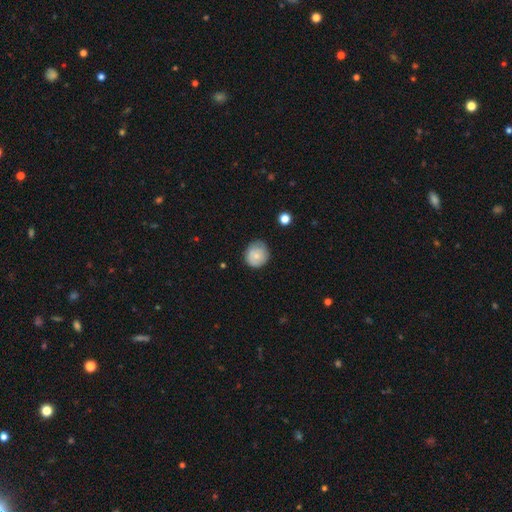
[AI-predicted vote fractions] Smooth or featured? smooth (72%)
How rounded? round (82%)
Merging? none (70%)